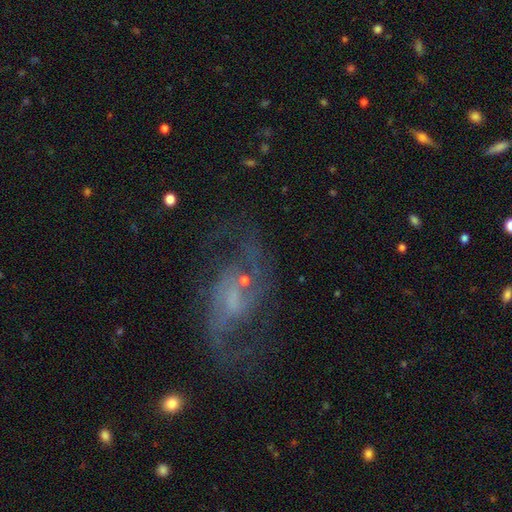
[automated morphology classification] The model was most divided on "spiral winding": loose: 46%, medium: 44%, tight: 10%. Remaining: edge-on disk — no (97%); spiral arms — yes (95%); spiral arm count — 2 (90%); smooth or featured — featured or disk (85%); merging — none (69%); bar — weak (53%); bulge size — small (45%).